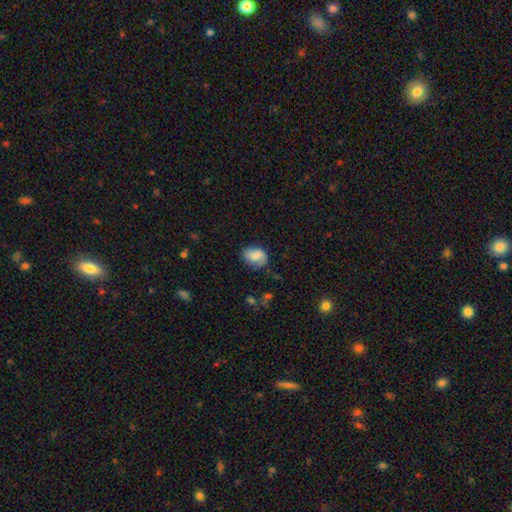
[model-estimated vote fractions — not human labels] This is likely a smooth galaxy (61%). How rounded: likely in between (63%). Merging: likely none (69%).